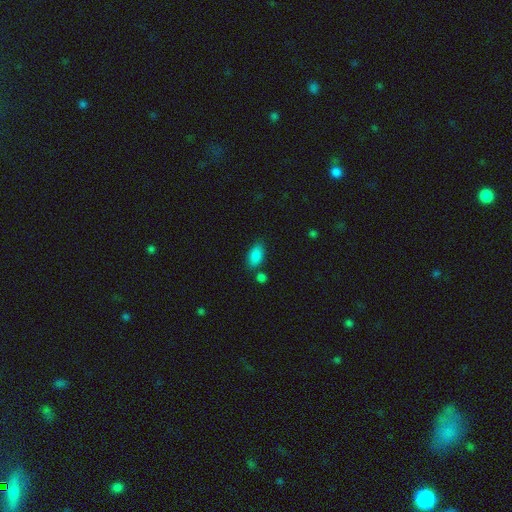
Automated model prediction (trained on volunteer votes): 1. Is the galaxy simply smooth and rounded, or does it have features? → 87% smooth, 8% star or artifact, 5% featured or disk.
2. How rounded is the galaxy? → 91% in between, 5% cigar-shaped, 4% round.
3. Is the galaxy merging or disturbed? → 73% none, 15% minor disturbance, 8% merger, 4% major disturbance.